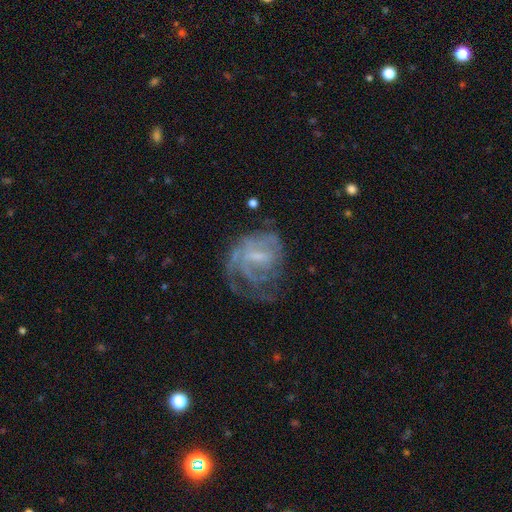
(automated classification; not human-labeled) Overall: featured or disk (73%). Edge-on disk: no (97%). Bar: weak (53%; no 29%). Spiral arms: yes (74%). Spiral arm count: can't tell (44%; 2 20%). Spiral winding: tight (44%; medium 37%). Bulge size: small (44%; none 27%). Merging: none (40%; major disturbance 36%).